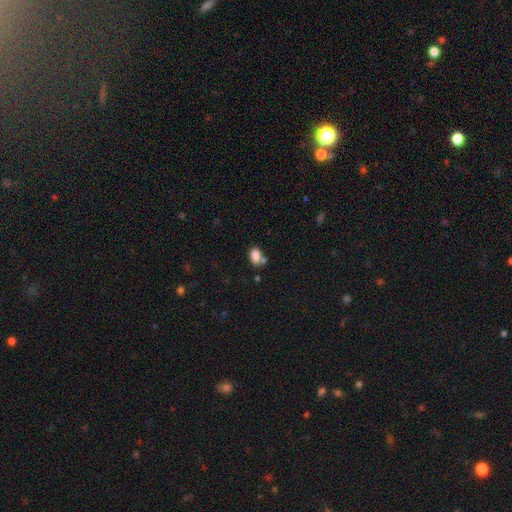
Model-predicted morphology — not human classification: smooth_or_featured: smooth (p=0.84) [alt: star or artifact p=0.10]
how_rounded: in between (p=0.85) [alt: round p=0.13]
merging: none (p=0.58) [alt: merger p=0.23]